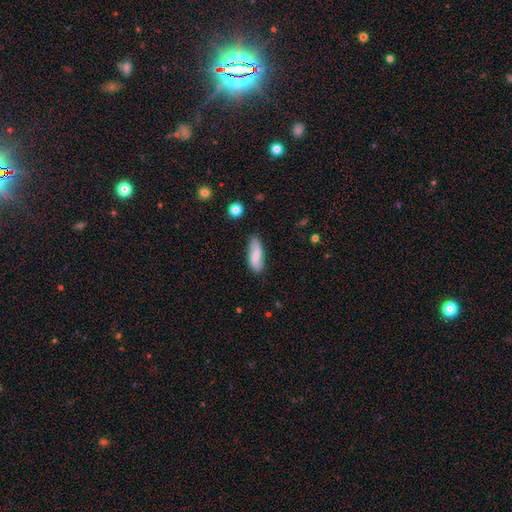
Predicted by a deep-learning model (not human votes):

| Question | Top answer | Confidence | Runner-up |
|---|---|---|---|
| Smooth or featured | smooth | 61% | featured or disk (33%) |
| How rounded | in between | 71% | cigar-shaped (26%) |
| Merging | none | 72% | minor disturbance (22%) |